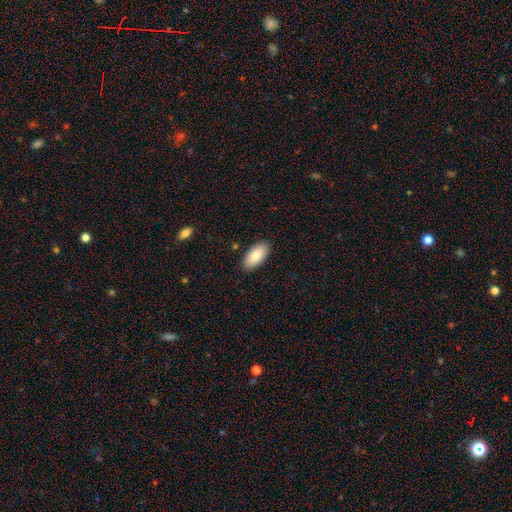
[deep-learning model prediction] This is clearly a smooth galaxy (84%). How rounded: clearly in between (92%). Merging: clearly none (88%).